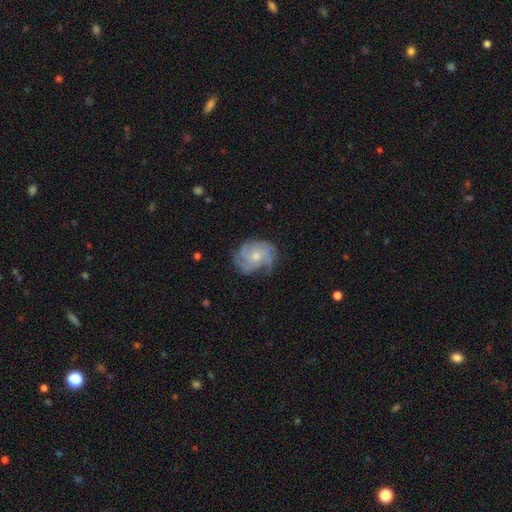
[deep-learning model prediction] Smooth or featured? Predicted: featured or disk (p=0.76). Edge-on disk? Predicted: no (p=0.98). Bar? Predicted: no (p=0.79). Spiral arms? Predicted: yes (p=0.93). Spiral winding? Predicted: tight (p=0.51). Spiral arm count? Predicted: 3 (p=0.30, tied with can't tell). Bulge size? Predicted: moderate (p=0.55). Merging? Predicted: none (p=0.67).